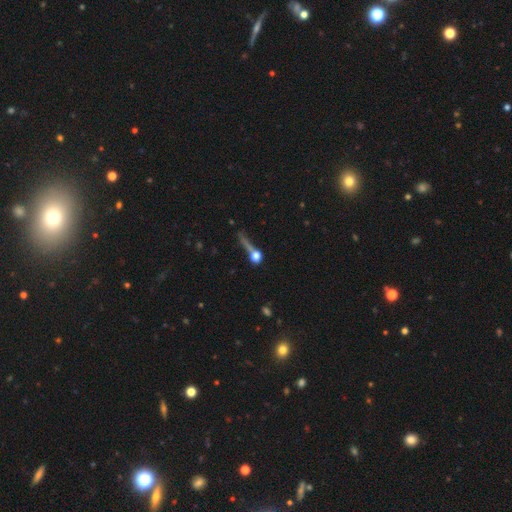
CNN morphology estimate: The model was most divided on "merging" (2-way tie): none: 33%, major disturbance: 33%, merger: 20%, minor disturbance: 14%. More confident: how rounded — round (65%); smooth or featured — smooth (63%).